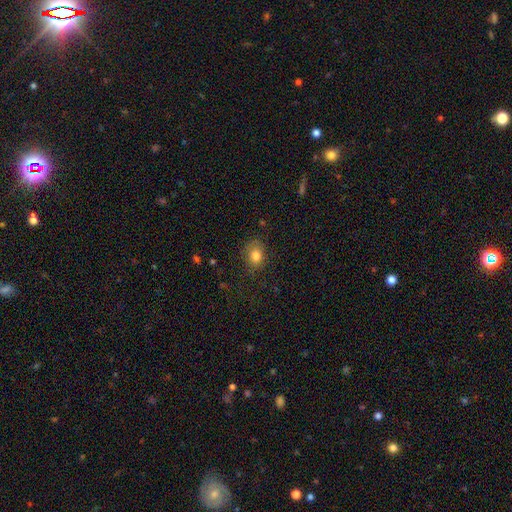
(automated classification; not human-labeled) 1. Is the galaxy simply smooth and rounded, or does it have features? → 82% smooth, 11% star or artifact, 7% featured or disk.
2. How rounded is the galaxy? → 54% round, 45% in between, 1% cigar-shaped.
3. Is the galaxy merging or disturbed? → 77% none, 16% minor disturbance, 5% major disturbance, 1% merger.